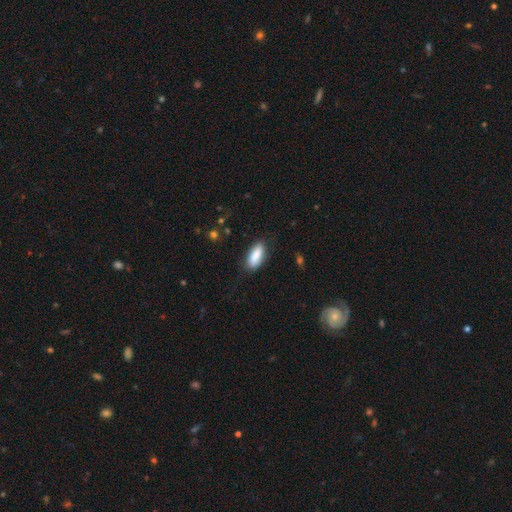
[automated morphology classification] Smooth or featured? smooth (86%)
How rounded? in between (80%)
Merging? none (81%)